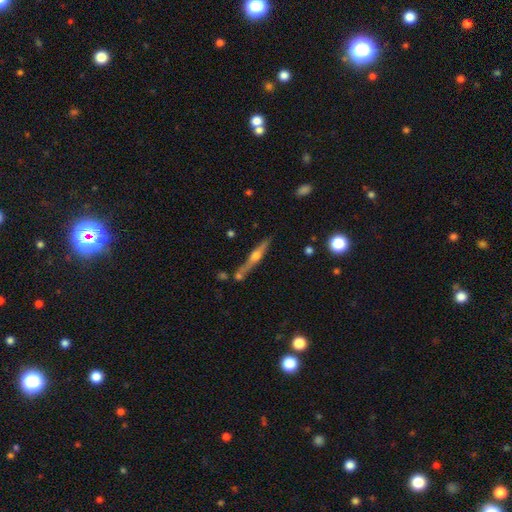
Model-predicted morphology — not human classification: Q: Smooth or featured?
A: featured or disk (73%); runner-up: smooth (20%)
Q: Edge-on disk?
A: yes (96%); runner-up: no (4%)
Q: Edge-on bulge?
A: rounded (91%); runner-up: none (5%)
Q: Merging?
A: none (72%); runner-up: minor disturbance (13%)